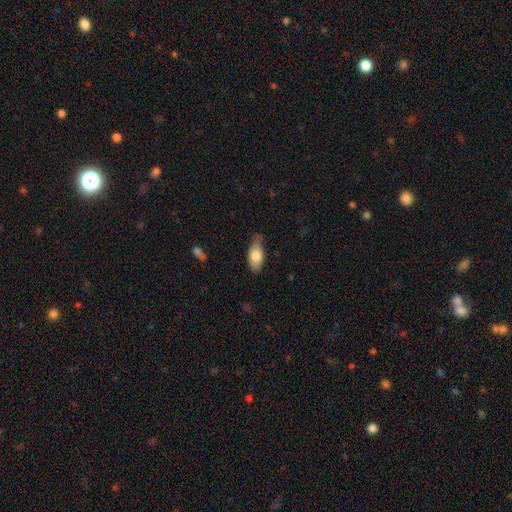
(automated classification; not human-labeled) smooth-or-featured: smooth: 80% | featured or disk: 14% | star or artifact: 6%
  how-rounded: in between: 89% | cigar-shaped: 8% | round: 3%
  merging: none: 52% | minor disturbance: 38% | major disturbance: 8% | merger: 2%